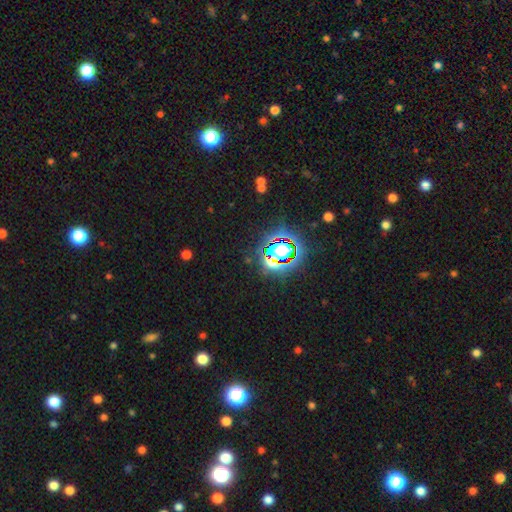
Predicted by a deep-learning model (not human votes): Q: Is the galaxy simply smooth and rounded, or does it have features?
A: star or artifact — 80%.